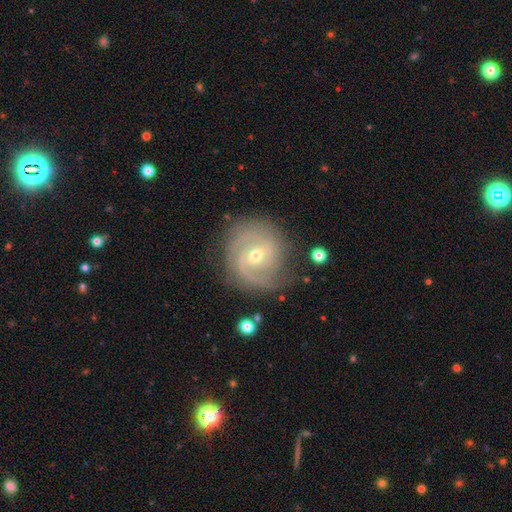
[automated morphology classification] smooth-or-featured: featured or disk: 88% | smooth: 7% | star or artifact: 5%
  disk-edge-on: no: 98% | yes: 2%
    bar: weak: 50% | no: 37% | strong: 13%
    has-spiral-arms: yes: 97% | no: 3%
      spiral-winding: tight: 59% | medium: 34% | loose: 7%
      spiral-arm-count: 2: 47% | 3: 22% | can't tell: 17% | 1: 5% | 4: 5% | more than 4: 4%
    bulge-size: small: 53% | moderate: 44% | large: 1% | none: 1% | dominant: 1%
  merging: none: 75% | minor disturbance: 16% | major disturbance: 7% | merger: 2%